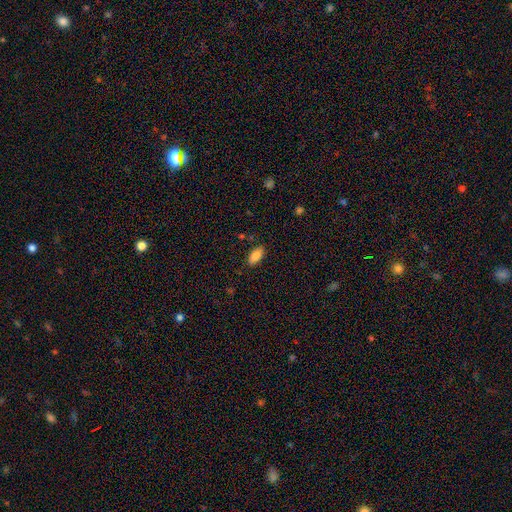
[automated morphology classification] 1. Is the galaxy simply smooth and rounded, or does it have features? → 85% smooth, 8% featured or disk, 7% star or artifact.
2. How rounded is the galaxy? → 90% in between, 8% cigar-shaped, 2% round.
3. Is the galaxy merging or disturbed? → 86% none, 10% minor disturbance, 2% major disturbance, 1% merger.